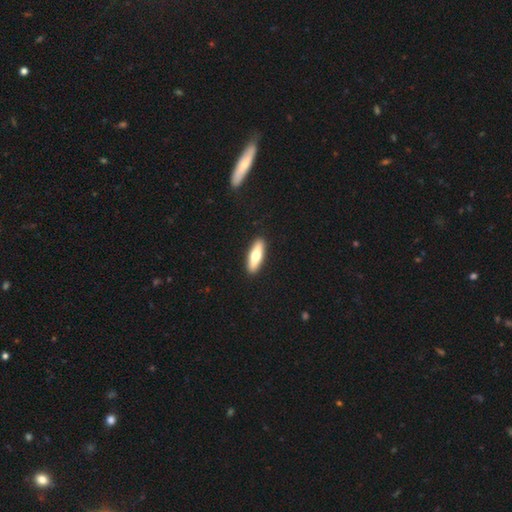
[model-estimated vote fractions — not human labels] This appears to be a smooth galaxy with no disk features (63%) that is cigar-shaped (56%). Merging: none (91%).